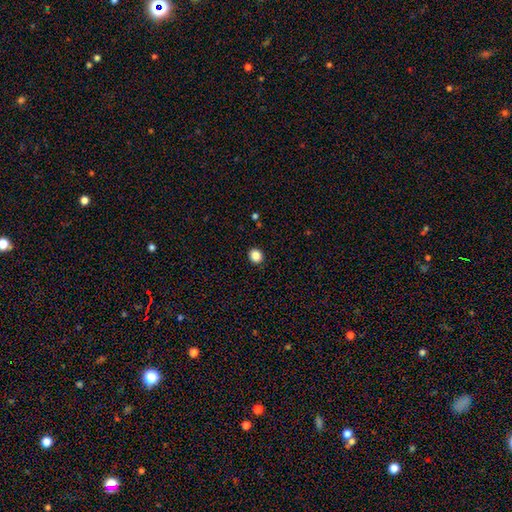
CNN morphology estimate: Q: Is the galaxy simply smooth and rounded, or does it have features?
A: smooth — 86%.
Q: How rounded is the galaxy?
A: round — 76%.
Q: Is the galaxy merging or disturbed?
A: none — 92%.